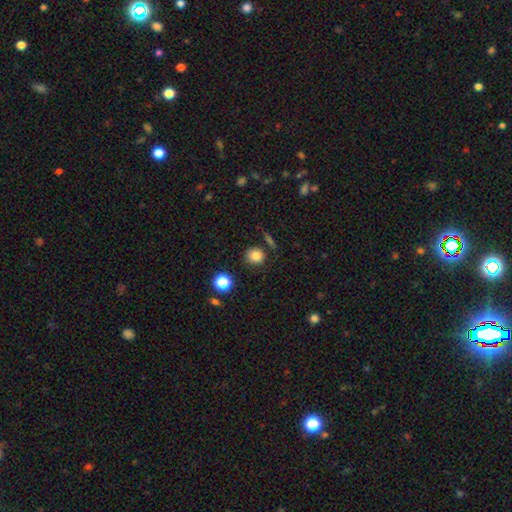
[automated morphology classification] Smooth or featured?
  - smooth: 83% *
  - star or artifact: 12%
  - featured or disk: 5%
How rounded?
  - round: 86% *
  - in between: 13%
  - cigar-shaped: 1%
Merging?
  - none: 84% *
  - minor disturbance: 9%
  - merger: 4%
  - major disturbance: 3%